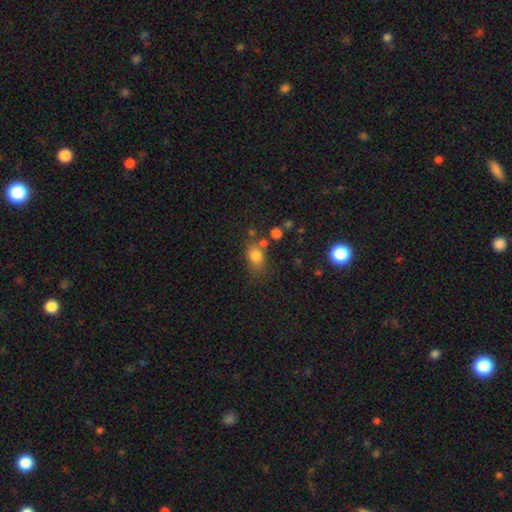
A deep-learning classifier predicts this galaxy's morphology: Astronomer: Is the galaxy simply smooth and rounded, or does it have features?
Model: smooth — 78%.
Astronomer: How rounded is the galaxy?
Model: in between — 62%.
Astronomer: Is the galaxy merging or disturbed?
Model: none — 57%.